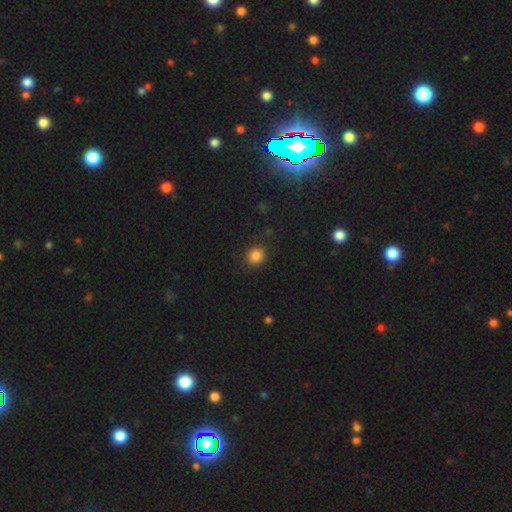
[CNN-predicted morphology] Smooth or featured? Predicted: smooth (p=0.84). How rounded? Predicted: round (p=0.79). Merging? Predicted: none (p=0.86).